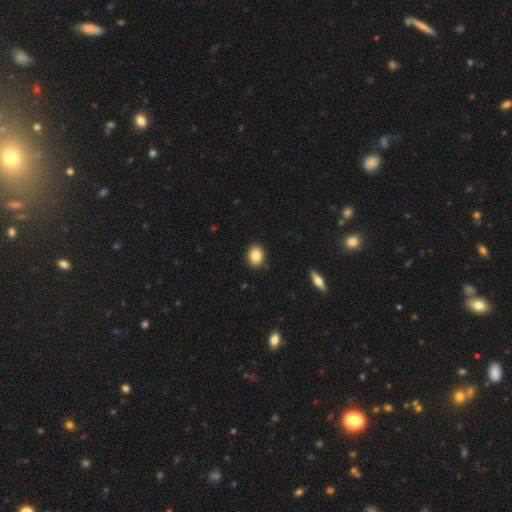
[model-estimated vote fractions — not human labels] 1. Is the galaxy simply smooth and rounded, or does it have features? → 83% smooth, 9% star or artifact, 8% featured or disk.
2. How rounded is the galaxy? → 49% round (tied), 49% in between (tied), 1% cigar-shaped.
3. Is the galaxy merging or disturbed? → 88% none, 9% minor disturbance, 2% major disturbance, 1% merger.